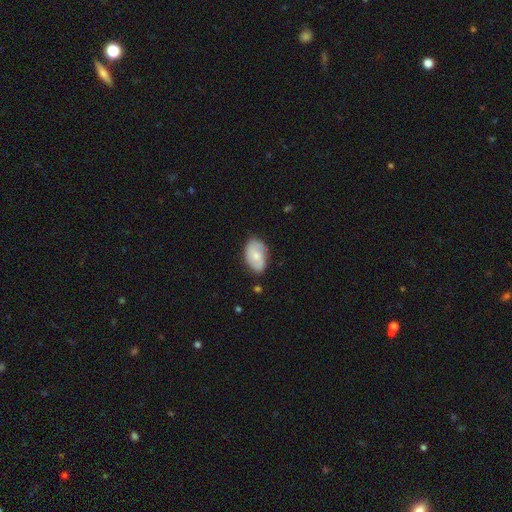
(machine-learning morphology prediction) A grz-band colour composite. It shows a smooth galaxy with no disk features (61%) that is in between round and cigar-shaped (91%). Merging: none (73%).